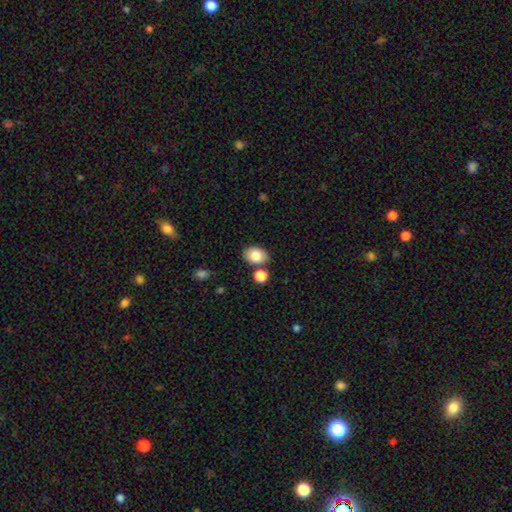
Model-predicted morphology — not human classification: The model was most divided on "how rounded": in between: 76%, round: 23%, cigar-shaped: 1%. More confident: smooth or featured — smooth (83%); merging — none (77%).